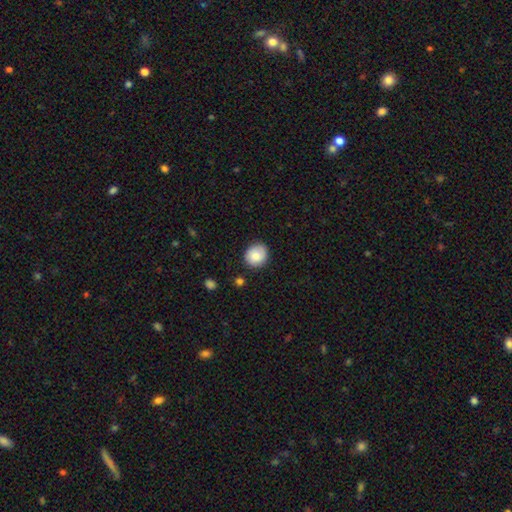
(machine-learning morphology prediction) Overall: smooth (82%). How rounded: round (76%). Merging: none (82%).